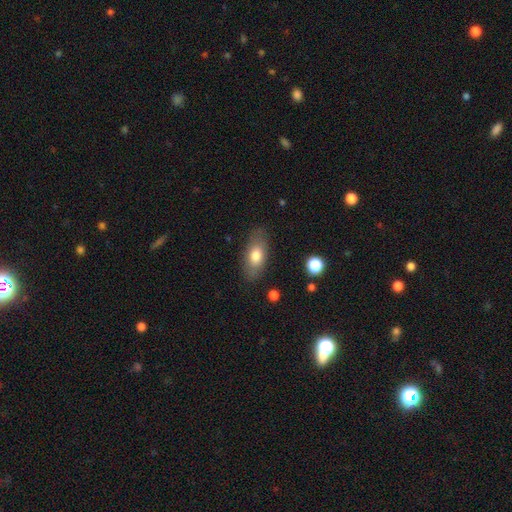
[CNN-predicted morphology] smooth_or_featured: smooth (p=0.75) [alt: featured or disk p=0.18]
how_rounded: in between (p=0.87) [alt: cigar-shaped p=0.09]
merging: none (p=0.82) [alt: minor disturbance p=0.13]